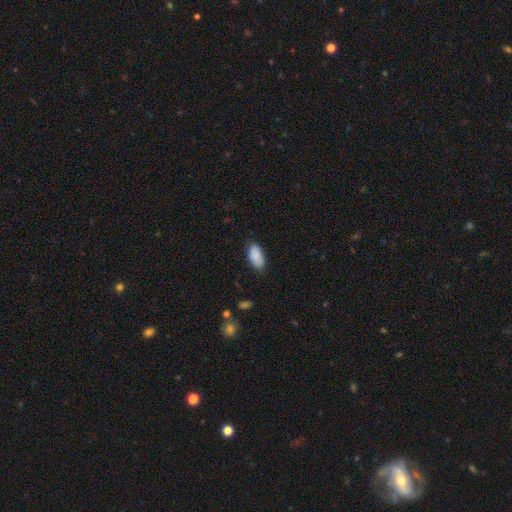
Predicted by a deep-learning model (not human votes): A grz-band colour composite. It shows a smooth galaxy with no disk features (89%) that is in between round and cigar-shaped (94%). Merging: none (82%).